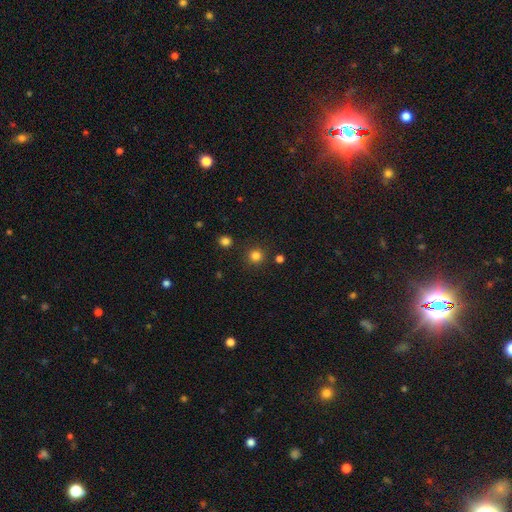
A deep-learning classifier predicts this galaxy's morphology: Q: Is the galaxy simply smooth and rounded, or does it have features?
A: smooth — 81%.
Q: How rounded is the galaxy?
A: round — 94%.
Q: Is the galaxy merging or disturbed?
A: none — 88%.